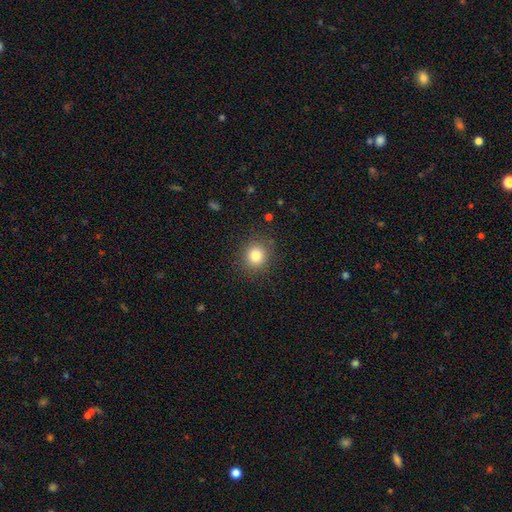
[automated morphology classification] This appears to be a smooth galaxy with no disk features (81%) that is round (87%). Merging: none (88%).